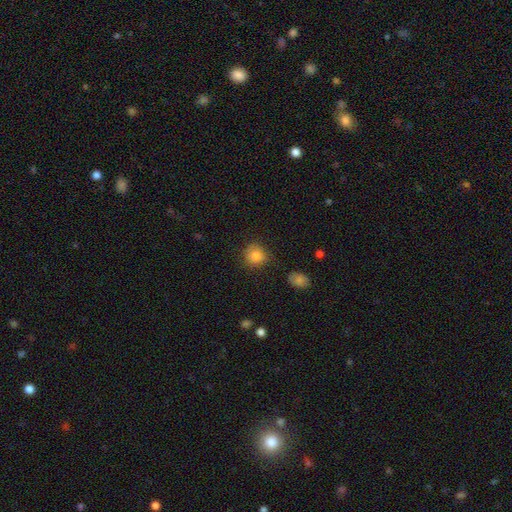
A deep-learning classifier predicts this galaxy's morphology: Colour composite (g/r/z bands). It shows a smooth galaxy with no disk features (85%) that is round (86%). Merging: none (77%).